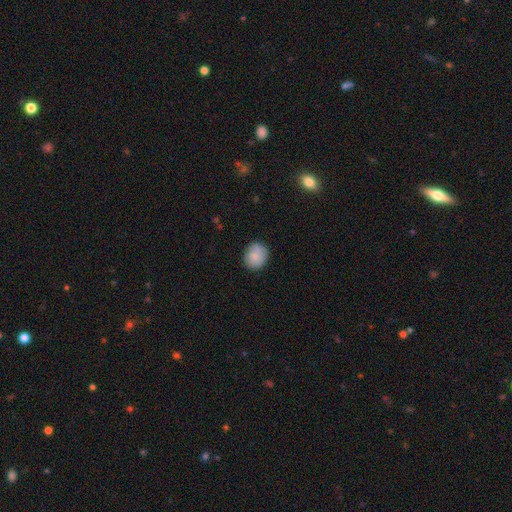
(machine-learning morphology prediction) smooth_or_featured: smooth (p=0.83) [alt: featured or disk p=0.10]
how_rounded: round (p=0.72) [alt: in between p=0.27]
merging: none (p=0.79) [alt: minor disturbance p=0.16]